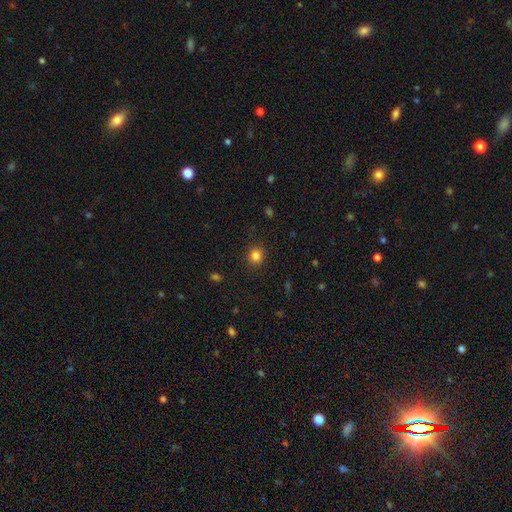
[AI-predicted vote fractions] smooth 83%, star or artifact 12%, featured or disk 5%. Down the decision tree: how rounded — round (85%); merging — none (89%).